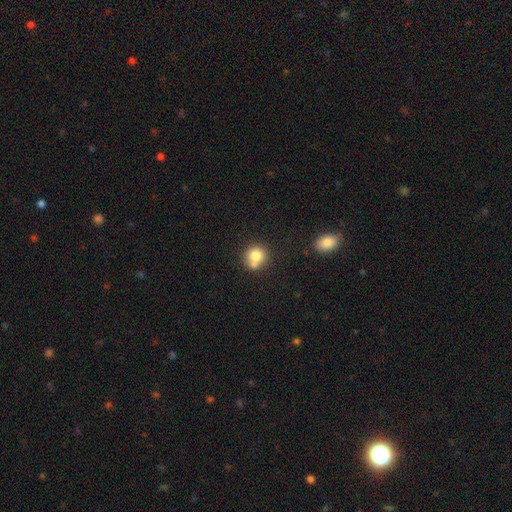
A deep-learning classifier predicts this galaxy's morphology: Smooth or featured? Predicted: smooth (p=0.77). How rounded? Predicted: round (p=0.86). Merging? Predicted: none (p=0.51).